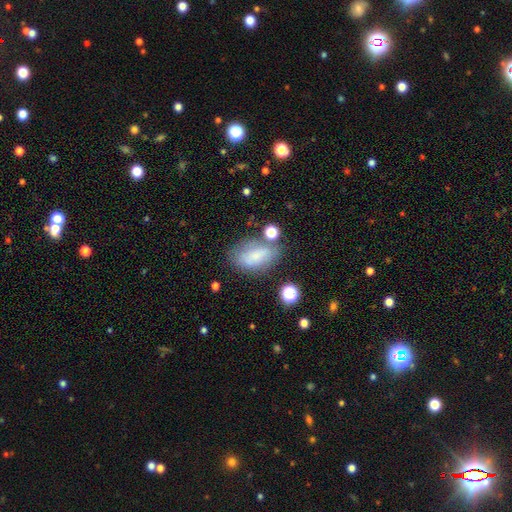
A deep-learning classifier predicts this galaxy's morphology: Smooth or featured?
  - smooth: 66% *
  - featured or disk: 23%
  - star or artifact: 11%
How rounded?
  - in between: 87% *
  - round: 9%
  - cigar-shaped: 4%
Merging?
  - none: 54% *
  - minor disturbance: 24%
  - major disturbance: 11%
  - merger: 11%